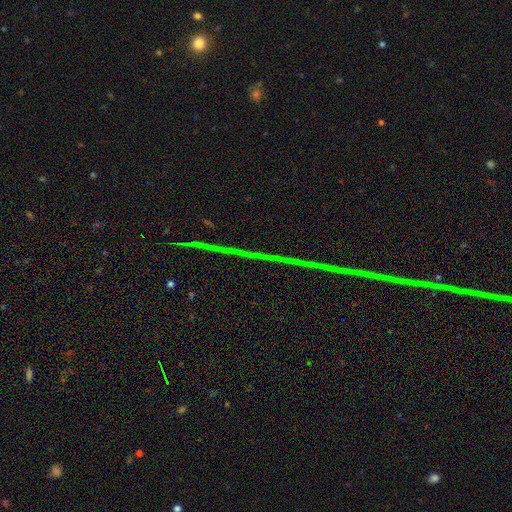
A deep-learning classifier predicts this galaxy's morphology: Q: Smooth or featured?
A: star or artifact (87%); runner-up: featured or disk (7%)